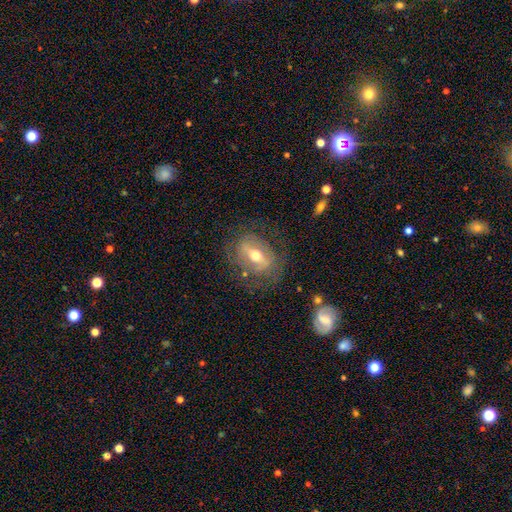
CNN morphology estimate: This appears to be a featured or disk galaxy (64%) with a strong bar (46%), spiral arms (52%) and a moderate central bulge (69%). Merging: none (69%).